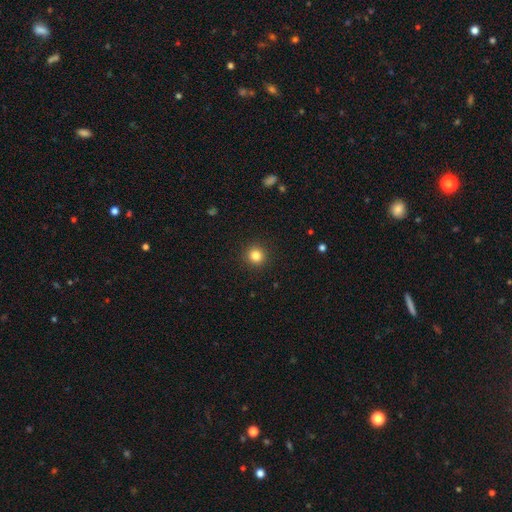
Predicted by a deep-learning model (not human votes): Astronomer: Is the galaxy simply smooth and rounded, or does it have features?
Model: smooth — 83%.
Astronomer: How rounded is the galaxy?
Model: round — 94%.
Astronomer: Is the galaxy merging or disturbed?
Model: none — 92%.